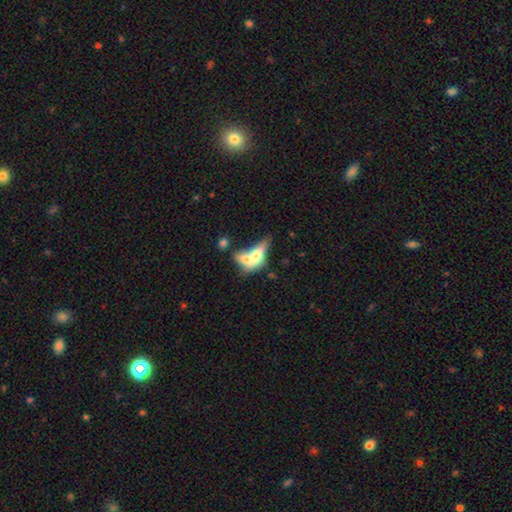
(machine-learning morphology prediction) A smooth galaxy with no disk features (57%) that is in between round and cigar-shaped (70%). Merging: merger (58%).